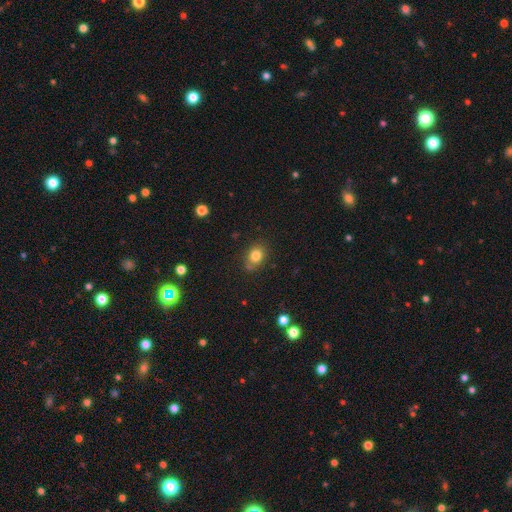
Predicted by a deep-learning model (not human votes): The model was most divided on "how rounded": round: 50%, in between: 49%, cigar-shaped: 1%. More confident: smooth or featured — smooth (80%); merging — none (73%).